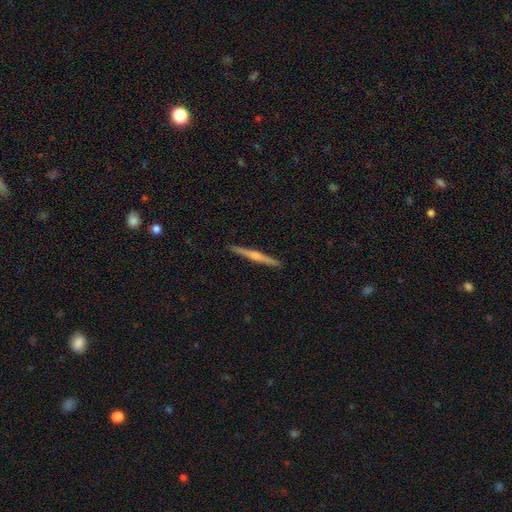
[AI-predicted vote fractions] Smooth or featured? featured or disk (66%)
Edge-on disk? yes (98%)
Edge-on bulge? rounded (65%)
Merging? none (93%)